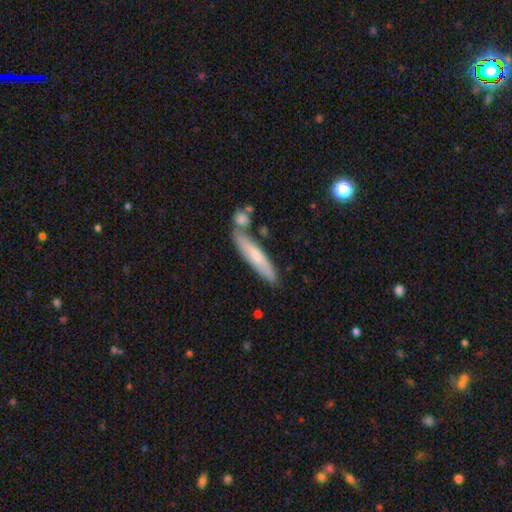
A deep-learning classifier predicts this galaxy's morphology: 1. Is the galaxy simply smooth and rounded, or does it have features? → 55% smooth, 39% featured or disk, 6% star or artifact.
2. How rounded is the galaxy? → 84% cigar-shaped, 15% in between, 2% round.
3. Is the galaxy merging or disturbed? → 64% none, 17% merger, 15% minor disturbance, 3% major disturbance.